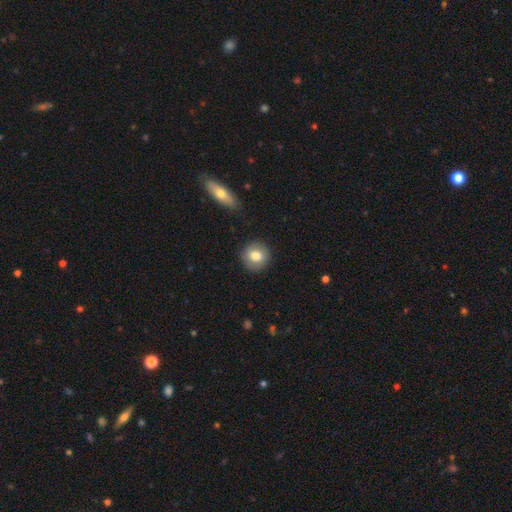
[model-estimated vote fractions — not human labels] smooth 78%, featured or disk 14%, star or artifact 8%. Down the decision tree: how rounded — round (90%); merging — none (89%).